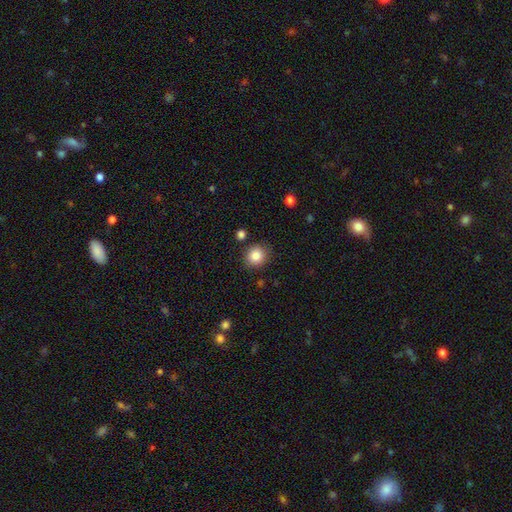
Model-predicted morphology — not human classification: This appears to be a smooth galaxy with no disk features (85%) that is round (83%). Merging: none (84%).